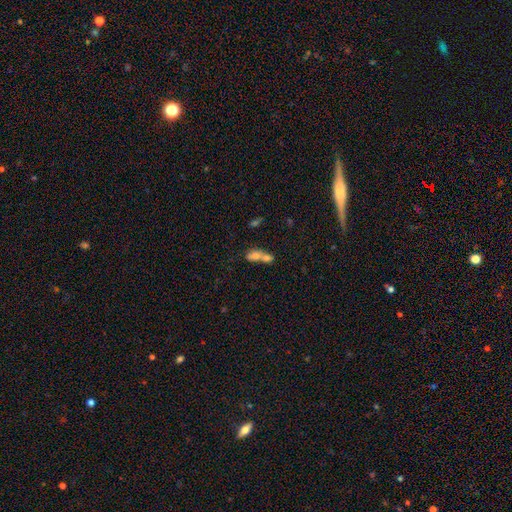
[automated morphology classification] smooth_or_featured: smooth (p=0.67) [alt: featured or disk p=0.22]
how_rounded: in between (p=0.67) [alt: round p=0.22]
merging: merger (p=0.73) [alt: none p=0.16]